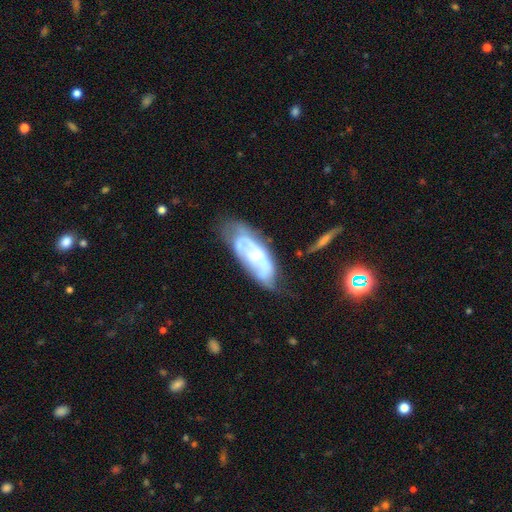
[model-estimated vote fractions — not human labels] A featured or disk galaxy (69%) with no bar (65%), spiral arms (70%) and a small central bulge (52%).

Vote fractions:
- Smooth or featured? featured or disk: 69% / smooth: 24% / star or artifact: 6%
- Edge-on disk? no: 89% / yes: 11%
- Bar? no: 65% / weak: 27% / strong: 8%
- Spiral arms? yes: 70% / no: 30%
- Bulge size? small: 52% / moderate: 41% / large: 3% / none: 3% / dominant: 1%
- Merging? none: 51% / minor disturbance: 28% / major disturbance: 16% / merger: 5%